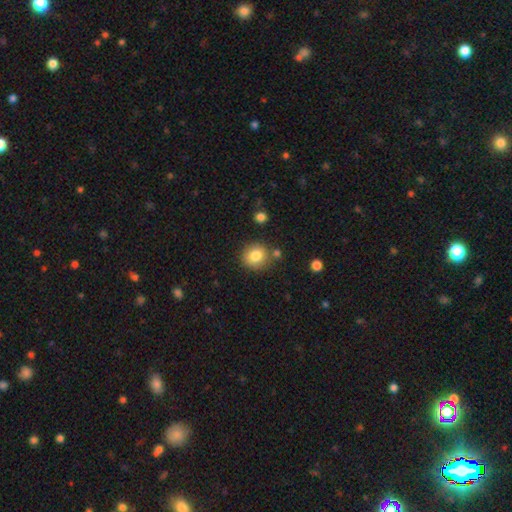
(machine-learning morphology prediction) Overall: smooth (82%). How rounded: round (83%). Merging: none (80%).